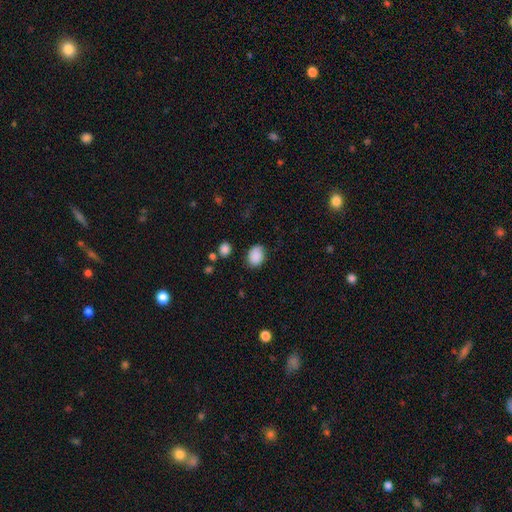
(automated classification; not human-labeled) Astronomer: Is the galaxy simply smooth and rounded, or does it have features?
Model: smooth — 89%.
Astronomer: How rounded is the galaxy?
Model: in between — 67%.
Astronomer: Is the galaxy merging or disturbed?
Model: none — 79%.